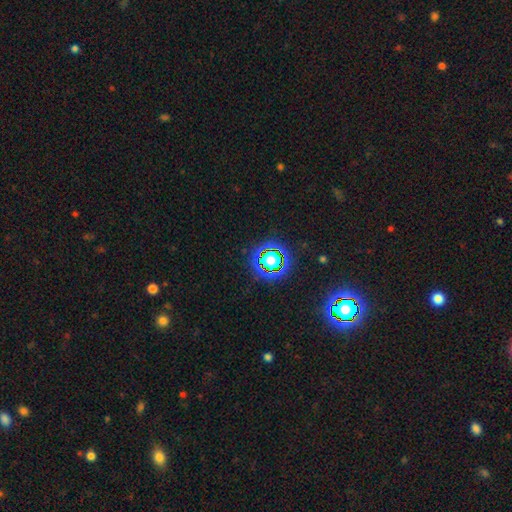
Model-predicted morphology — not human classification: This appears to be a star or artifact, not a galaxy (80%).